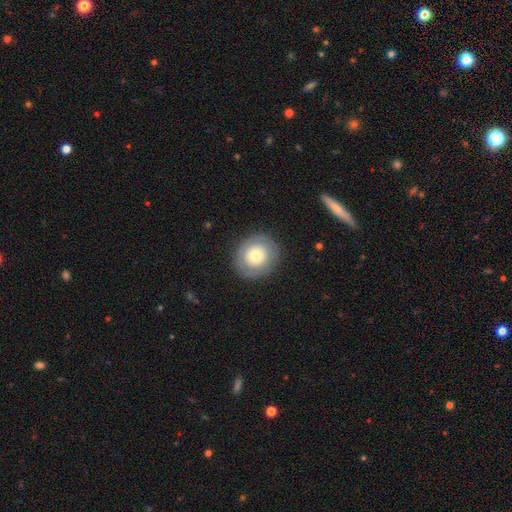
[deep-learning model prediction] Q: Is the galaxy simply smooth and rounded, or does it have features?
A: smooth — 58%.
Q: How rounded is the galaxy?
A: round — 87%.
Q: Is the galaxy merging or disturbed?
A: none — 85%.